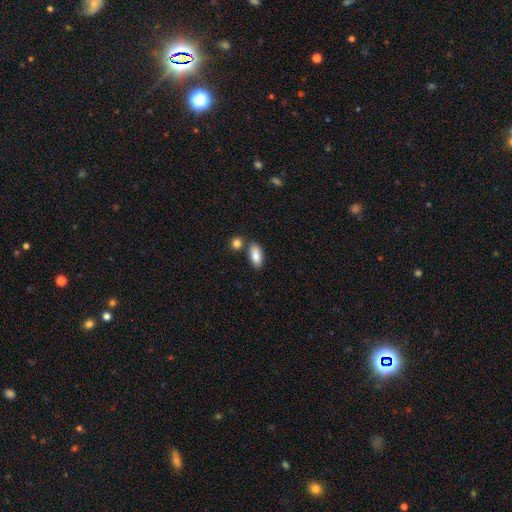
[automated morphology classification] Smooth or featured?
  - smooth: 86% *
  - featured or disk: 8%
  - star or artifact: 6%
How rounded?
  - in between: 88% *
  - cigar-shaped: 8%
  - round: 3%
Merging?
  - none: 72% *
  - merger: 14%
  - minor disturbance: 11%
  - major disturbance: 3%